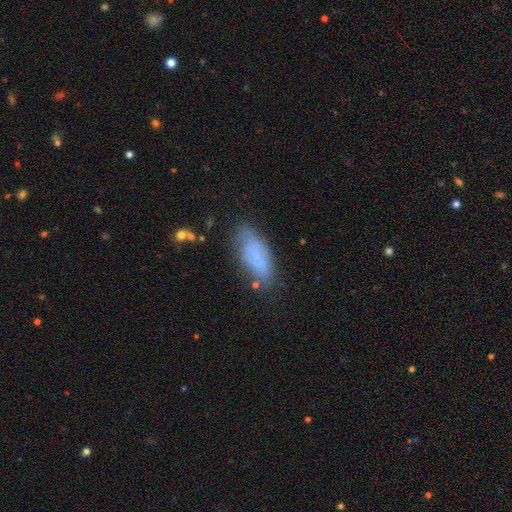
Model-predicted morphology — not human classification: This is likely a smooth galaxy (74%). How rounded: likely in between (78%). Merging: likely none (64%).